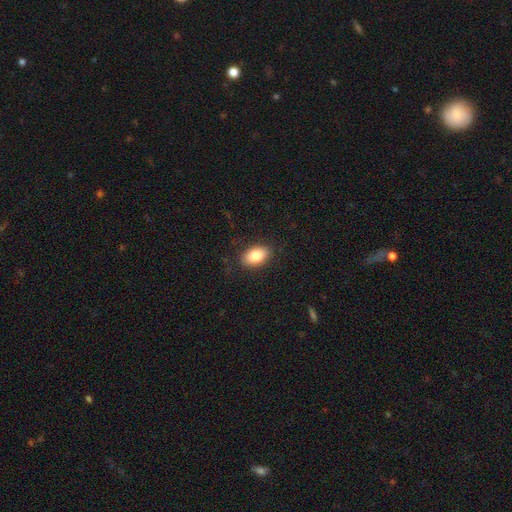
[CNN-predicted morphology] Smooth or featured? smooth (83%)
How rounded? in between (91%)
Merging? none (86%)